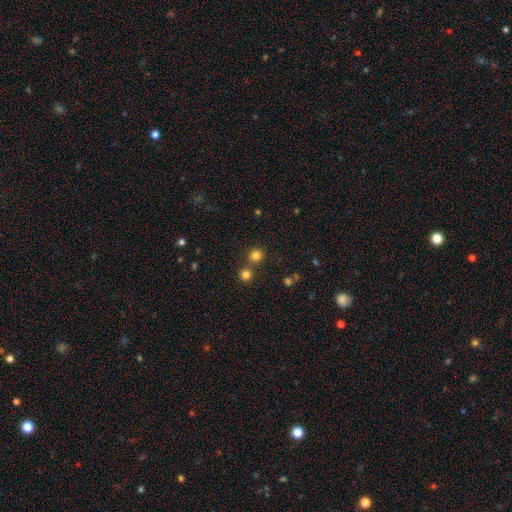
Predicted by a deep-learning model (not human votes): Q: Smooth or featured?
A: smooth (79%); runner-up: star or artifact (16%)
Q: How rounded?
A: round (90%); runner-up: in between (9%)
Q: Merging?
A: none (73%); runner-up: merger (19%)